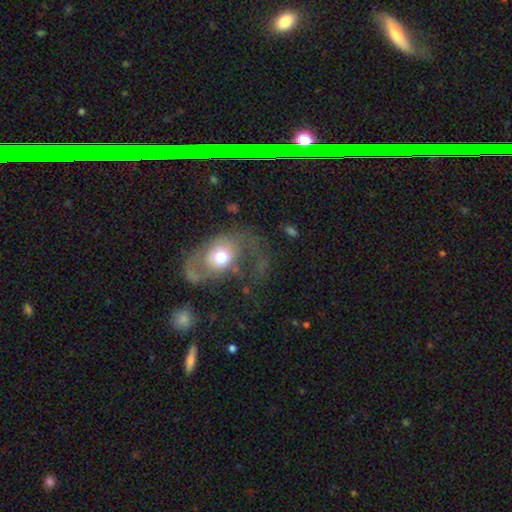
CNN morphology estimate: A featured or disk galaxy (61%) with no bar (71%), spiral arms (69%) and a moderate central bulge (67%).

Vote fractions:
- Smooth or featured? featured or disk: 61% / star or artifact: 19% / smooth: 19%
- Edge-on disk? no: 92% / yes: 8%
- Bar? no: 71% / weak: 20% / strong: 9%
- Spiral arms? yes: 69% / no: 31%
- Bulge size? moderate: 67% / small: 17% / large: 11% / dominant: 3% / none: 2%
- Merging? none: 54% / major disturbance: 21% / minor disturbance: 19% / merger: 6%